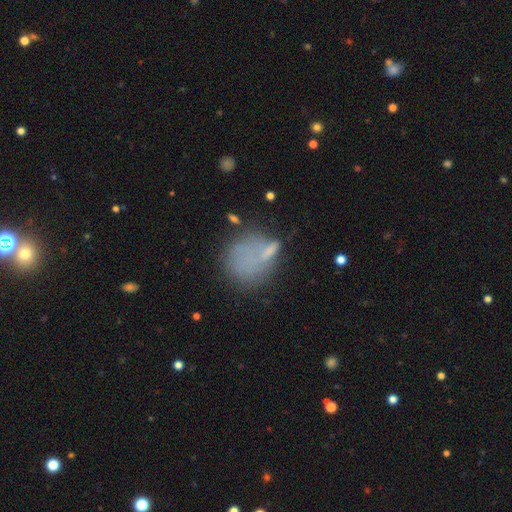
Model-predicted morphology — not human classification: This appears to be a smooth galaxy with no disk features (55%) that is round (67%). Merging: none (44%).